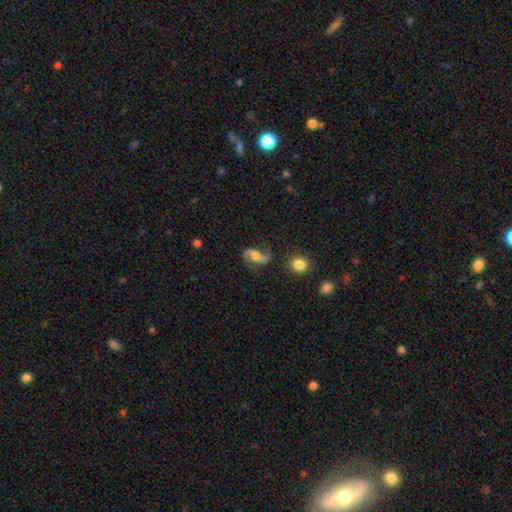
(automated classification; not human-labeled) Smooth or featured? Predicted: featured or disk (p=0.84). Edge-on disk? Predicted: no (p=0.97). Bar? Predicted: no (p=0.46). Spiral arms? Predicted: yes (p=0.96). Spiral winding? Predicted: loose (p=0.64). Spiral arm count? Predicted: 2 (p=0.93). Bulge size? Predicted: moderate (p=0.54). Merging? Predicted: none (p=0.72).